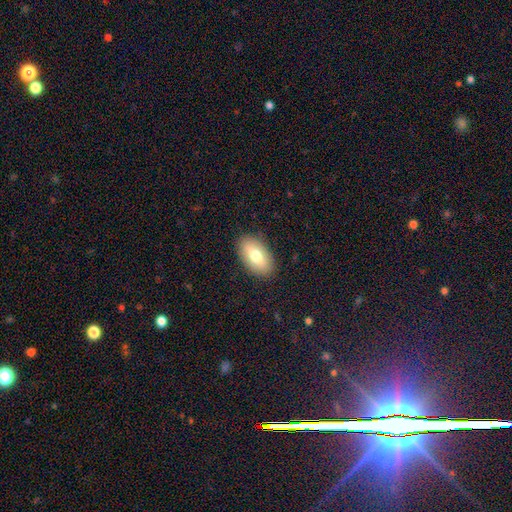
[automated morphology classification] This appears to be a smooth galaxy with no disk features (72%) that is in between round and cigar-shaped (93%). Merging: none (88%).